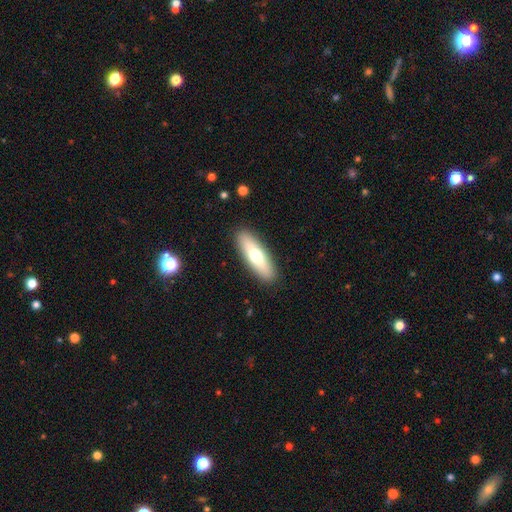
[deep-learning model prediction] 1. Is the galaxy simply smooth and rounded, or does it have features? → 60% smooth, 34% featured or disk, 6% star or artifact.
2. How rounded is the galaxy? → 55% cigar-shaped, 43% in between, 2% round.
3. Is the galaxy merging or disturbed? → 90% none, 7% minor disturbance, 2% major disturbance, 1% merger.